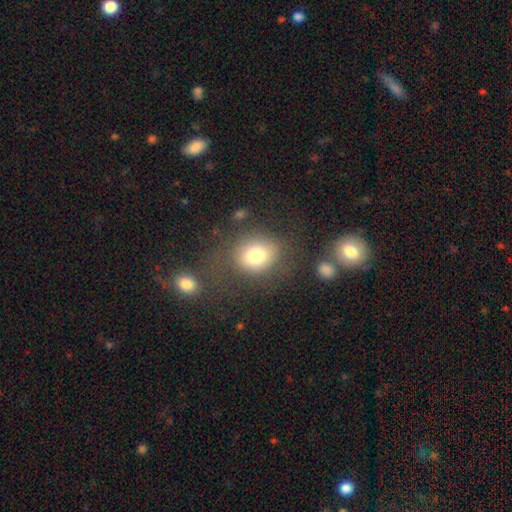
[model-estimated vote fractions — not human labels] smooth_or_featured: smooth (p=0.77) [alt: star or artifact p=0.12]
how_rounded: round (p=0.67) [alt: in between p=0.32]
merging: none (p=0.66) [alt: minor disturbance p=0.15]